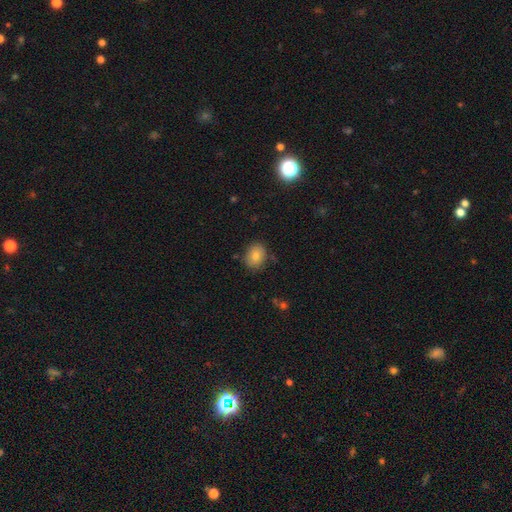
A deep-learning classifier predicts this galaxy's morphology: Smooth or featured? smooth (79%)
How rounded? in between (53%)
Merging? none (83%)